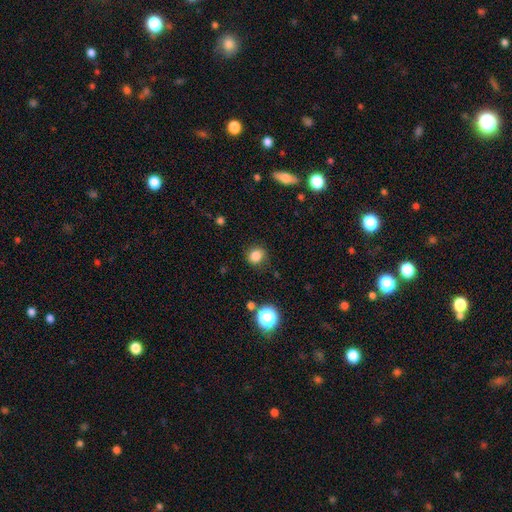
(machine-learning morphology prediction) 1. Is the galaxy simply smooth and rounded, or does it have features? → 82% smooth, 13% star or artifact, 5% featured or disk.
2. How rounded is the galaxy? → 80% round, 19% in between, 1% cigar-shaped.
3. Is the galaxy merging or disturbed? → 85% none, 10% minor disturbance, 3% major disturbance, 1% merger.